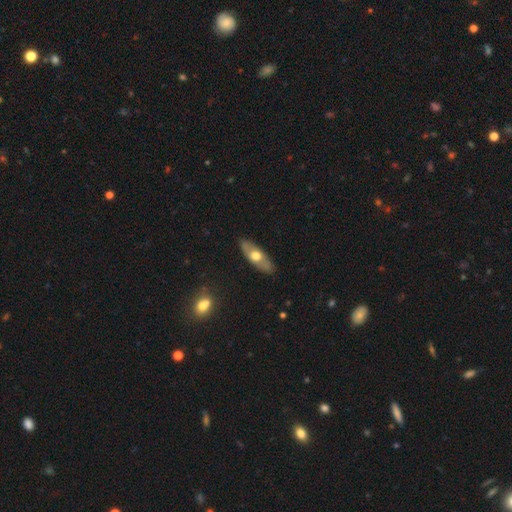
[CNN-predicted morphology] Smooth or featured: smooth — 49% (featured or disk — 45%)
Merging: none — 86% (minor disturbance — 11%)